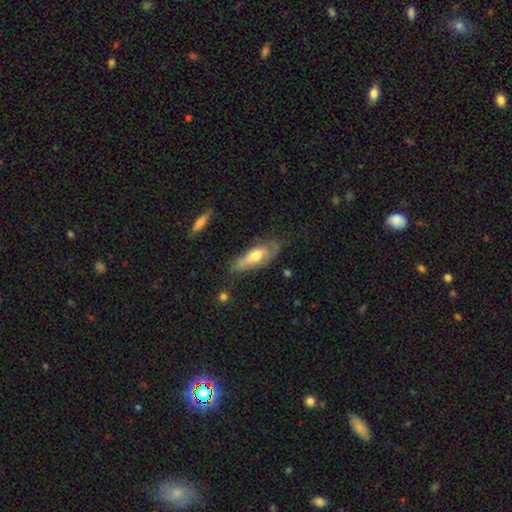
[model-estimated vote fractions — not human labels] Smooth or featured: smooth — 52% (featured or disk — 41%)
How rounded: in between — 62% (cigar-shaped — 36%)
Merging: none — 55% (minor disturbance — 31%)